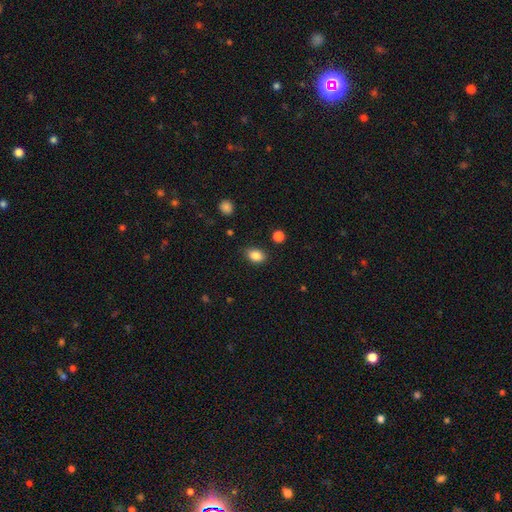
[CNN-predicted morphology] smooth 85%, star or artifact 9%, featured or disk 5%. Down the decision tree: how rounded — in between (78%); merging — none (81%).